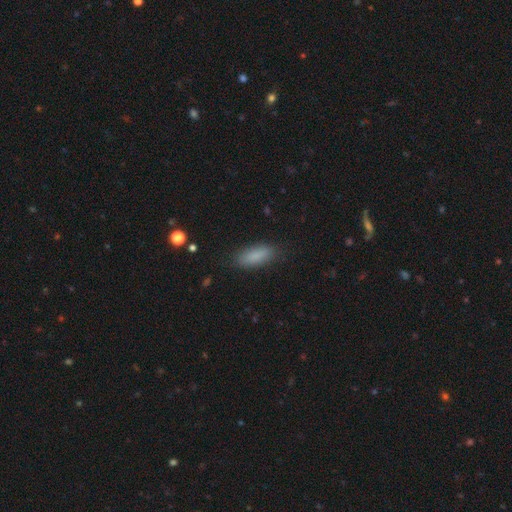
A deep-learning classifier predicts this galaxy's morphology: Smooth or featured?
  - smooth: 87% *
  - star or artifact: 7%
  - featured or disk: 6%
How rounded?
  - in between: 69% *
  - cigar-shaped: 28%
  - round: 2%
Merging?
  - none: 84% *
  - minor disturbance: 12%
  - major disturbance: 3%
  - merger: 1%